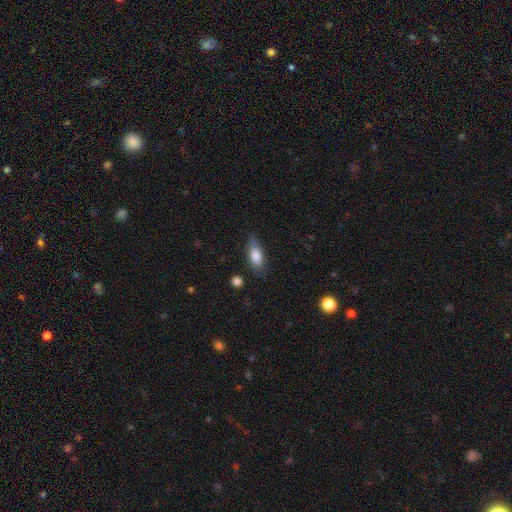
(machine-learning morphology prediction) smooth-or-featured: smooth: 78% | featured or disk: 16% | star or artifact: 7%
  how-rounded: in between: 77% | cigar-shaped: 20% | round: 3%
  merging: none: 68% | minor disturbance: 24% | major disturbance: 6% | merger: 2%